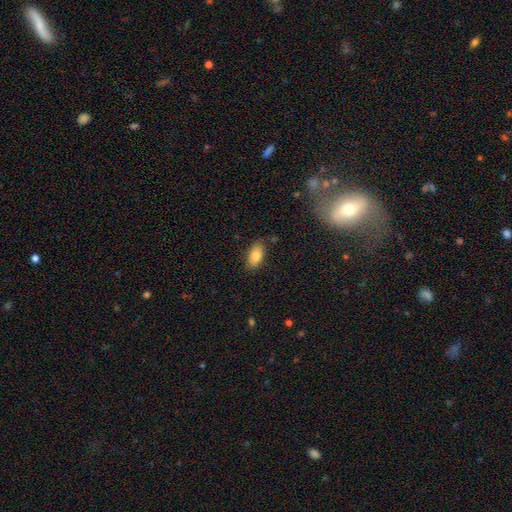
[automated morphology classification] This appears to be a smooth galaxy with no disk features (85%) that is in between round and cigar-shaped (92%). Merging: none (80%).